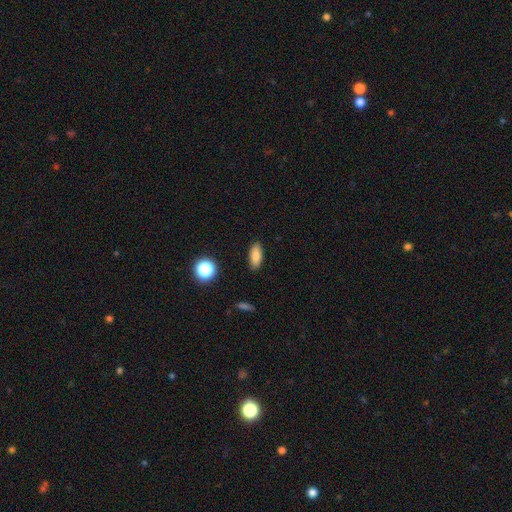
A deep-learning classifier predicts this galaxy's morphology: This appears to be a smooth galaxy with no disk features (84%) that is in between round and cigar-shaped (78%). Merging: none (89%).